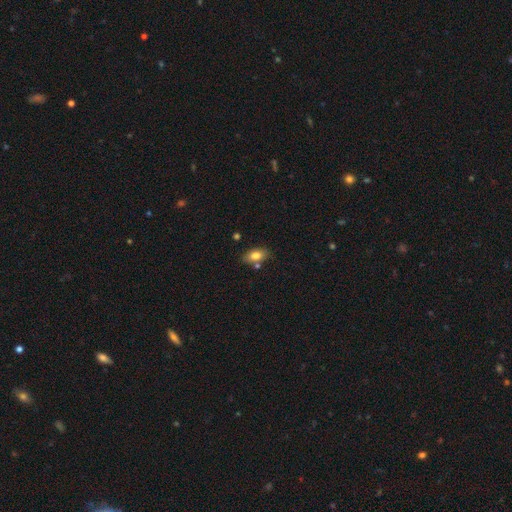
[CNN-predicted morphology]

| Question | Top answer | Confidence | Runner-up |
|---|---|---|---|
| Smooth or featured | smooth | 80% | featured or disk (11%) |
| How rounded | in between | 89% | round (7%) |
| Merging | none | 74% | minor disturbance (14%) |